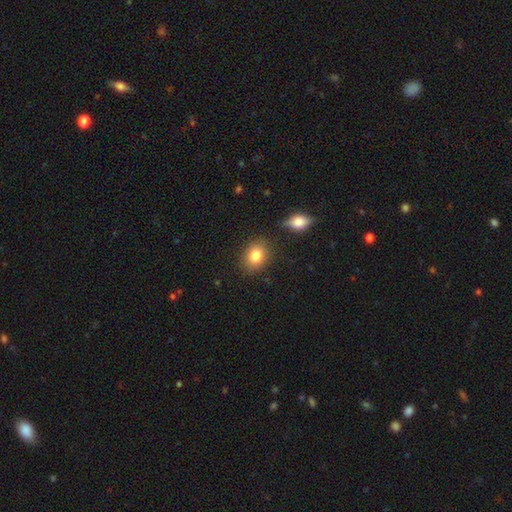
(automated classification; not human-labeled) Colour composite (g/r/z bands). It shows a smooth galaxy with no disk features (81%) that is in between round and cigar-shaped (55%). Merging: none (81%).